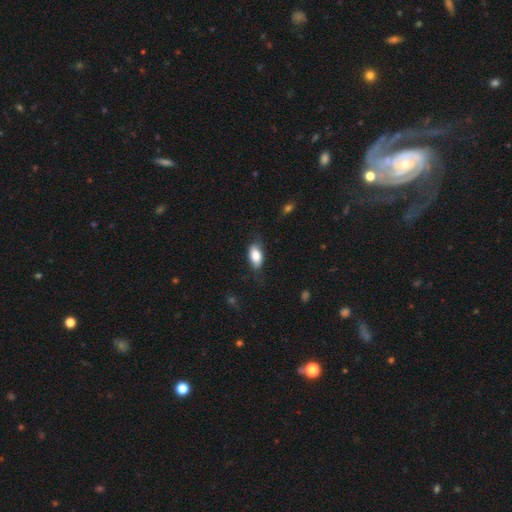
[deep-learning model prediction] smooth_or_featured: smooth (p=0.79) [alt: featured or disk p=0.14]
how_rounded: in between (p=0.89) [alt: cigar-shaped p=0.06]
merging: none (p=0.68) [alt: minor disturbance p=0.23]